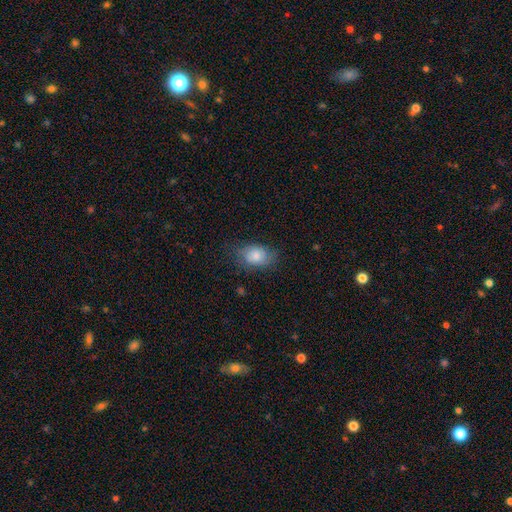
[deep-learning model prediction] The model was most divided on "merging": none: 67%, minor disturbance: 24%, major disturbance: 8%, merger: 1%. More confident: how rounded — in between (79%); smooth or featured — smooth (77%).